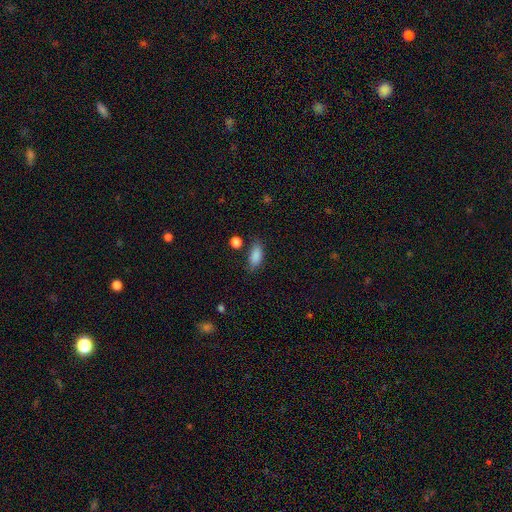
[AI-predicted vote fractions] A smooth galaxy with no disk features (86%) that is in between round and cigar-shaped (86%).

Vote fractions:
- Smooth or featured? smooth: 86% / star or artifact: 8% / featured or disk: 6%
- How rounded? in between: 86% / cigar-shaped: 10% / round: 4%
- Merging? none: 68% / minor disturbance: 22% / major disturbance: 6% / merger: 4%